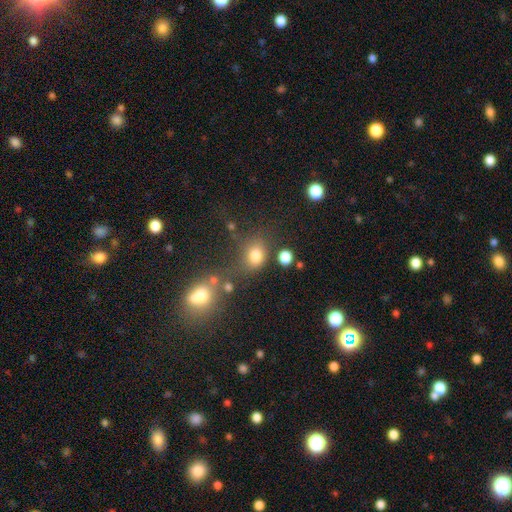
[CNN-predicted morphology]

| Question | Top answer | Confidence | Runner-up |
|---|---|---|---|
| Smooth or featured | smooth | 77% | star or artifact (15%) |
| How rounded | round | 60% | in between (39%) |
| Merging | none | 57% | minor disturbance (16%) |